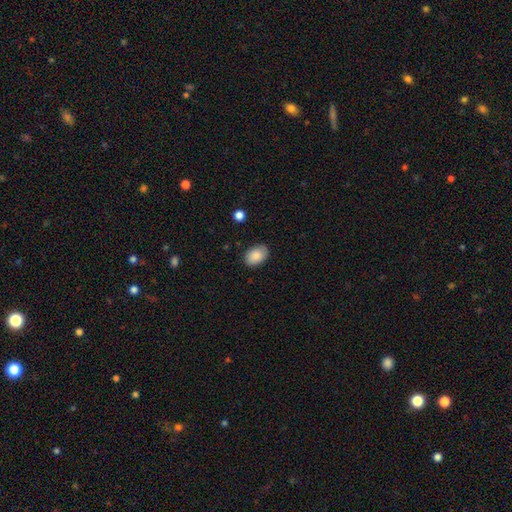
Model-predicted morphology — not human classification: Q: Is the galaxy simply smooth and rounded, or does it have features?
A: smooth — 88%.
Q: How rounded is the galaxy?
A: in between — 83%.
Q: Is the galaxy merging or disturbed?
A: none — 85%.